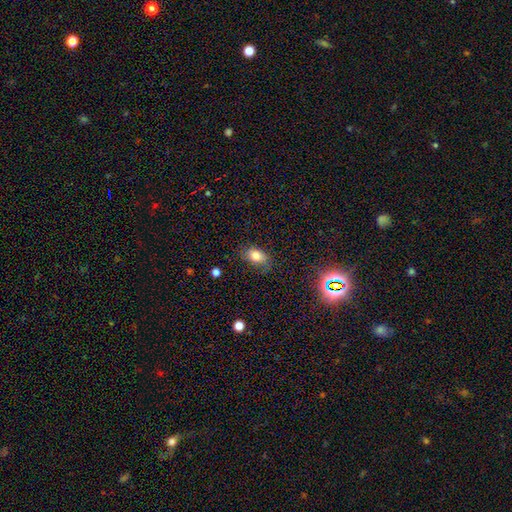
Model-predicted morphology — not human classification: Smooth or featured?
  - smooth: 78% *
  - star or artifact: 11%
  - featured or disk: 11%
How rounded?
  - in between: 83% *
  - round: 15%
  - cigar-shaped: 2%
Merging?
  - none: 72% *
  - minor disturbance: 21%
  - major disturbance: 5%
  - merger: 2%